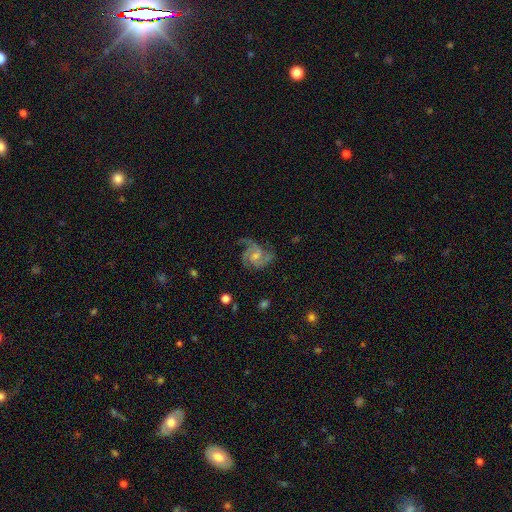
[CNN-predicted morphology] This is clearly a featured or disk galaxy (86%). It is clearly not viewed edge-on (98%). Bar: possibly no (53%). Spiral arm pattern: clearly yes (97%). Spiral arm count: possibly 3 (54%). Spiral winding: possibly medium (54%). Central bulge: possibly small (54%). Merging: likely none (68%).